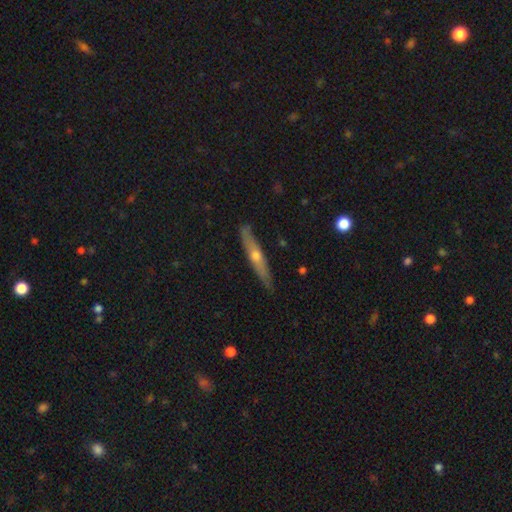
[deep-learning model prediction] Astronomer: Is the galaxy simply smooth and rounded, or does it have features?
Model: featured or disk — 58% (runner-up: smooth, 36%).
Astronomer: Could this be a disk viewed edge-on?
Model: yes — 90%.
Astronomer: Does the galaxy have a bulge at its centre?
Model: rounded — 85%.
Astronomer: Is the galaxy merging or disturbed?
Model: none — 86%.